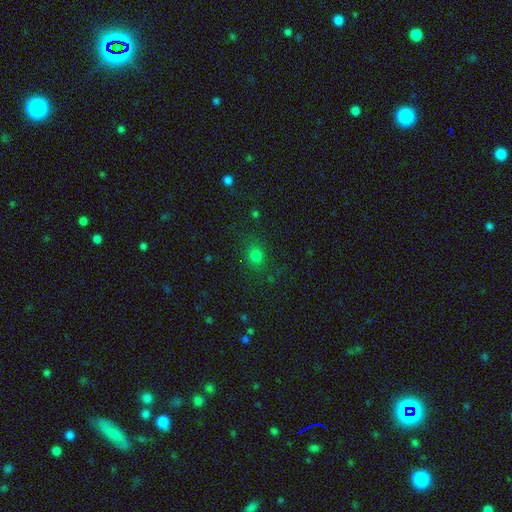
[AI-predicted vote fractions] Smooth or featured?
  - smooth: 75% *
  - star or artifact: 18%
  - featured or disk: 6%
How rounded?
  - round: 71% *
  - in between: 28%
  - cigar-shaped: 1%
Merging?
  - none: 80% *
  - minor disturbance: 13%
  - major disturbance: 6%
  - merger: 2%